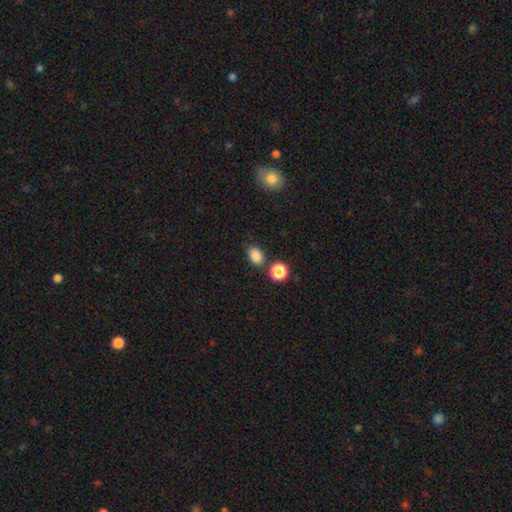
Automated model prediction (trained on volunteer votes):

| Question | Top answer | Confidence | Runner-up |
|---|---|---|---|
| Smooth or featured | smooth | 85% | star or artifact (11%) |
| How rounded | in between | 73% | round (25%) |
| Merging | none | 73% | minor disturbance (14%) |